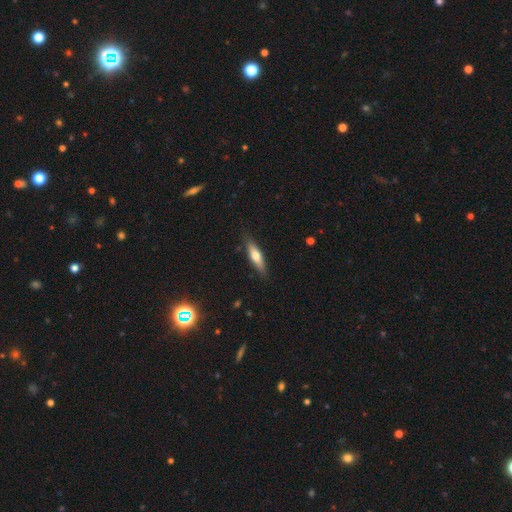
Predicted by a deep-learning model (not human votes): The model was most divided on "smooth or featured": smooth: 58%, featured or disk: 36%, star or artifact: 6%. More confident: merging — none (85%); how rounded — cigar-shaped (65%).